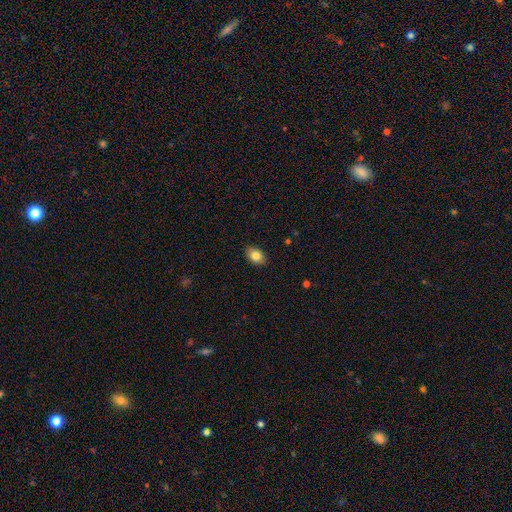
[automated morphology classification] Smooth or featured? smooth (84%)
How rounded? in between (80%)
Merging? none (89%)